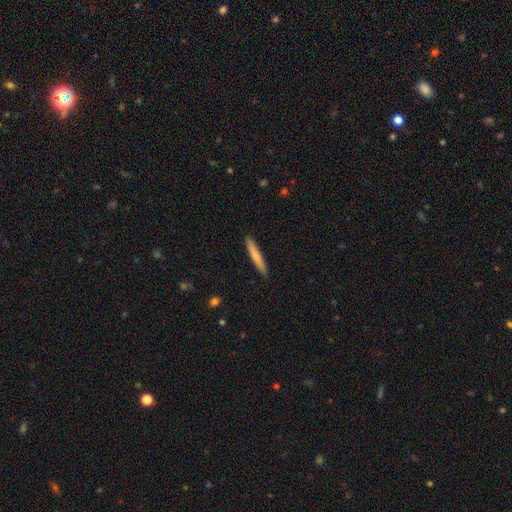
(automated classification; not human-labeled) Q: Smooth or featured?
A: smooth (73%); runner-up: featured or disk (22%)
Q: How rounded?
A: cigar-shaped (95%); runner-up: in between (4%)
Q: Merging?
A: none (91%); runner-up: minor disturbance (7%)